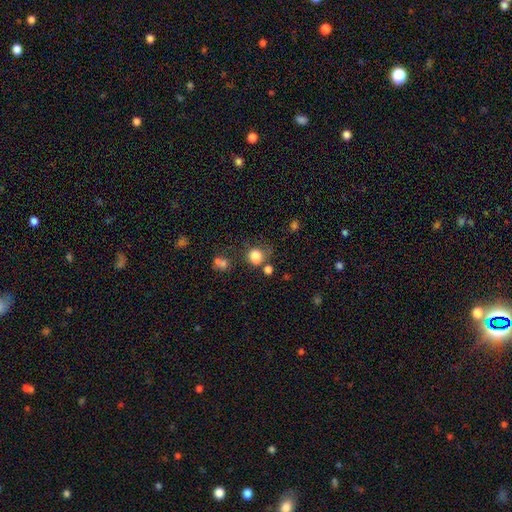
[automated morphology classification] smooth 80%, star or artifact 13%, featured or disk 7%. Down the decision tree: how rounded — round (59%); merging — none (52%).